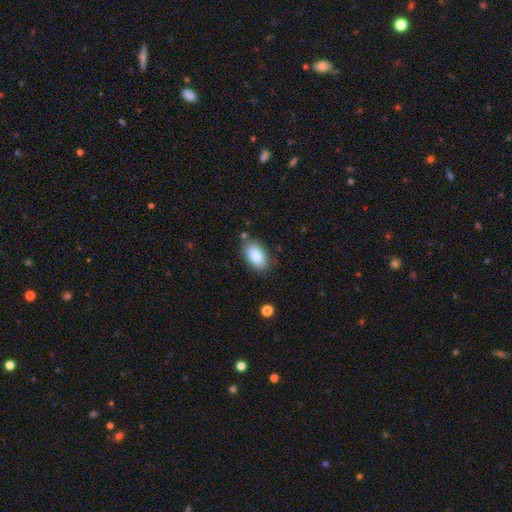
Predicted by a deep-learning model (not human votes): smooth-or-featured: smooth: 85% | featured or disk: 8% | star or artifact: 7%
  how-rounded: in between: 94% | round: 4% | cigar-shaped: 2%
  merging: none: 82% | minor disturbance: 13% | major disturbance: 3% | merger: 3%